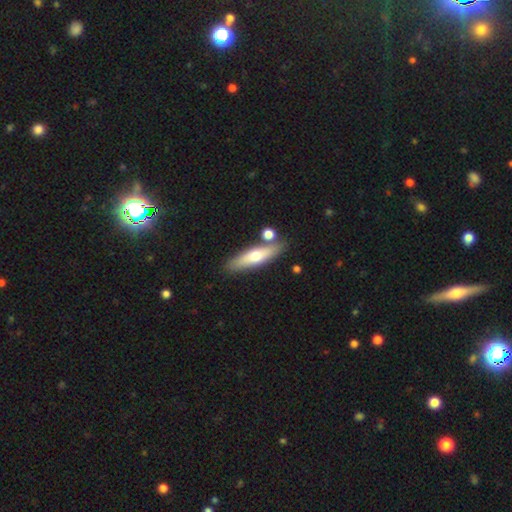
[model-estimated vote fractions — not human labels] Smooth or featured? smooth (55%)
How rounded? cigar-shaped (68%)
Merging? none (77%)